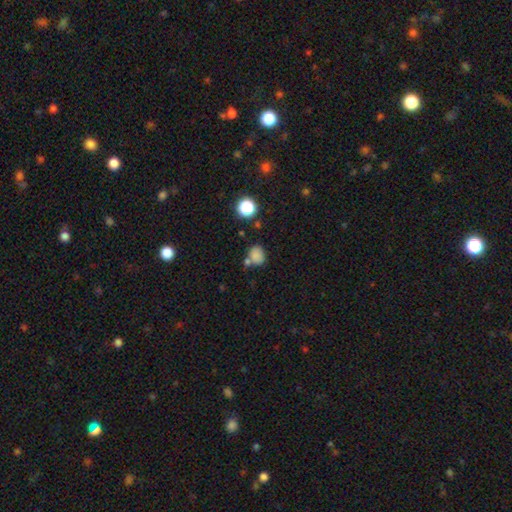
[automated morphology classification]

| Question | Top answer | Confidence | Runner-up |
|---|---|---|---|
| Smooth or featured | smooth | 78% | star or artifact (14%) |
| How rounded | round | 54% | in between (45%) |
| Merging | none | 58% | merger (20%) |